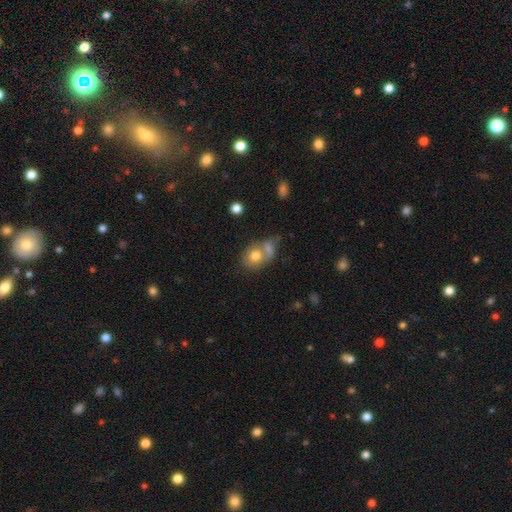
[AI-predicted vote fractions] smooth 72%, featured or disk 19%, star or artifact 9%. Down the decision tree: how rounded — round (52%); merging — merger (51%).